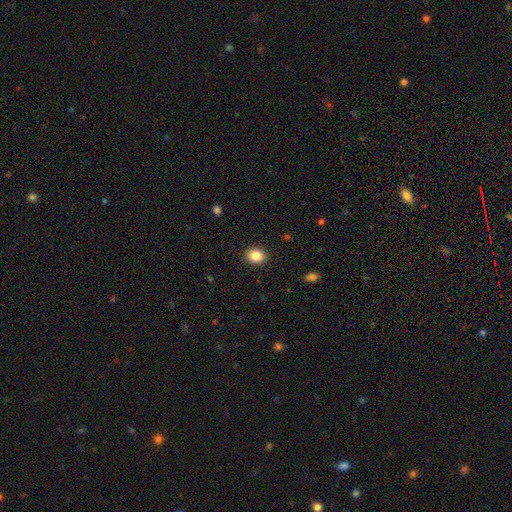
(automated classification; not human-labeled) A smooth galaxy with no disk features (86%) that is round (60%).

Vote fractions:
- Smooth or featured? smooth: 86% / star or artifact: 10% / featured or disk: 5%
- How rounded? round: 60% / in between: 39% / cigar-shaped: 1%
- Merging? none: 91% / minor disturbance: 6% / major disturbance: 2% / merger: 1%